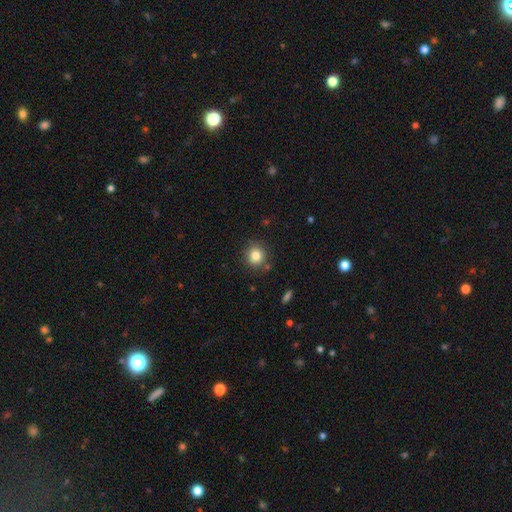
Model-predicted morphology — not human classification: Q: Smooth or featured?
A: smooth (83%); runner-up: star or artifact (11%)
Q: How rounded?
A: round (89%); runner-up: in between (10%)
Q: Merging?
A: none (84%); runner-up: minor disturbance (9%)